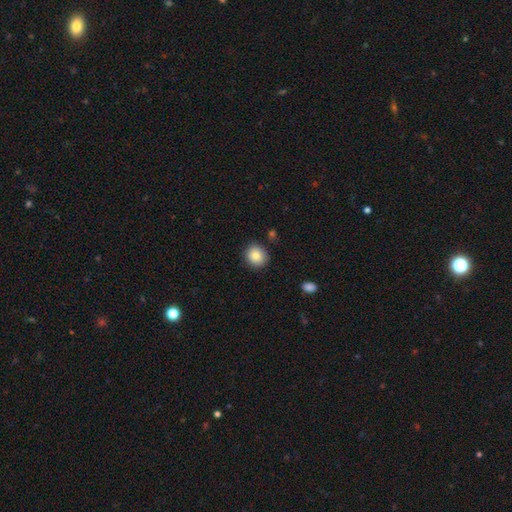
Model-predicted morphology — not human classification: Q: Smooth or featured?
A: smooth (85%); runner-up: star or artifact (9%)
Q: How rounded?
A: round (81%); runner-up: in between (18%)
Q: Merging?
A: none (88%); runner-up: minor disturbance (8%)